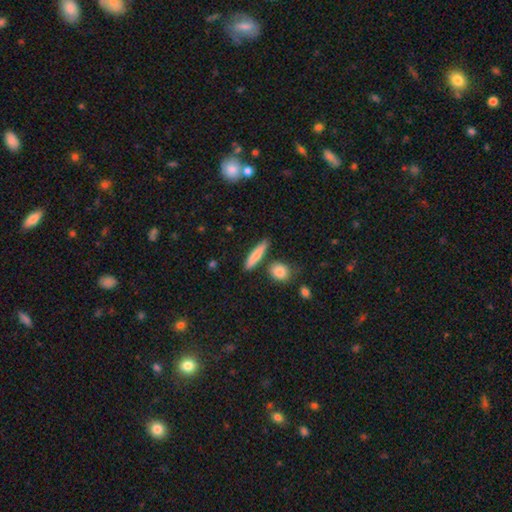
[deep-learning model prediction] This appears to be a smooth galaxy with no disk features (78%) that is cigar-shaped (82%). Merging: none (81%).